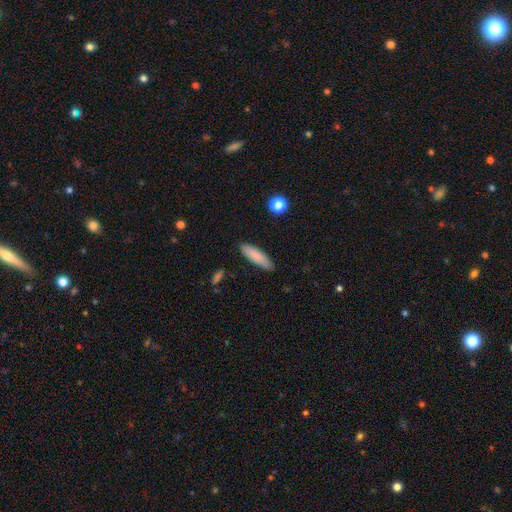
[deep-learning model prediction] smooth 83%, featured or disk 10%, star or artifact 6%. Down the decision tree: how rounded — cigar-shaped (62%); merging — none (84%).